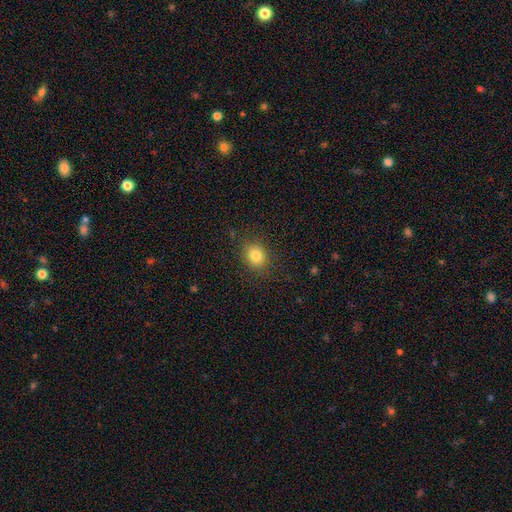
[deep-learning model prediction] smooth 82%, star or artifact 12%, featured or disk 6%. Down the decision tree: how rounded — round (67%); merging — none (85%).